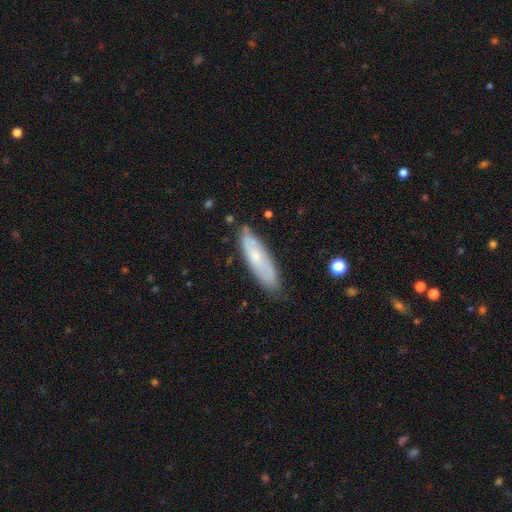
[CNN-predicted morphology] Smooth or featured? smooth (55%)
How rounded? cigar-shaped (59%)
Merging? none (77%)